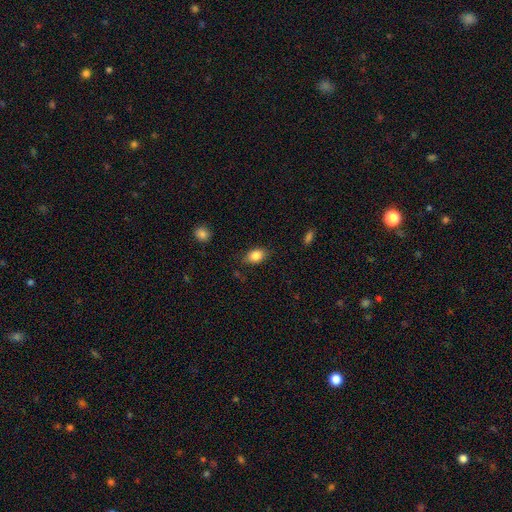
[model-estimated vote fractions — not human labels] This appears to be a smooth galaxy with no disk features (84%) that is in between round and cigar-shaped (78%). Merging: none (79%).